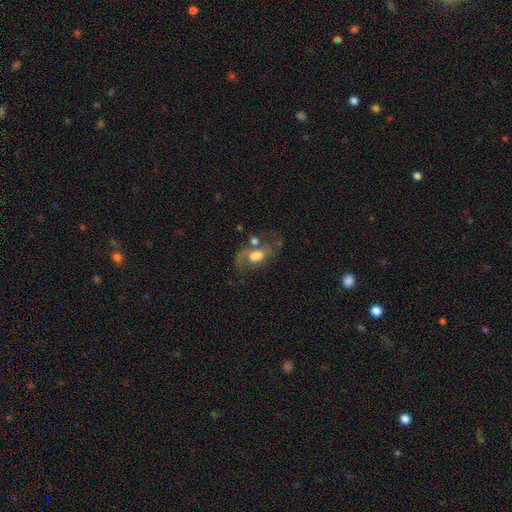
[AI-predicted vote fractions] This is possibly a featured or disk galaxy (56%). It is clearly not viewed edge-on (95%). Bar: likely no (61%). Spiral arm pattern: likely yes (71%). Central bulge: marginally large (44%). Merging: marginally none (39%).